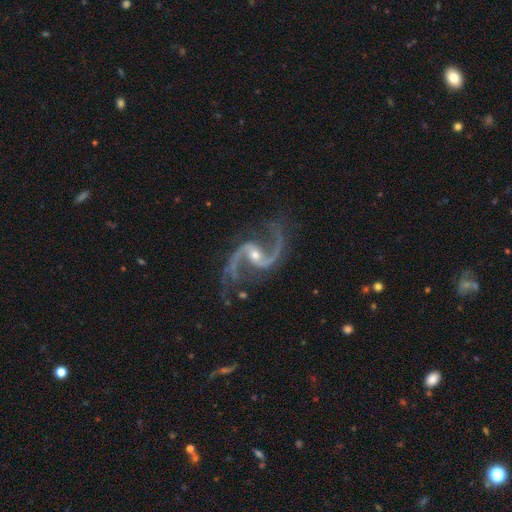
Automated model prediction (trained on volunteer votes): Smooth or featured: featured or disk — 93% (star or artifact — 5%)
Edge-on disk: no — 98% (yes — 2%)
Bar: no — 41% (weak — 37%)
Spiral arms: yes — 99% (no — 1%)
Spiral winding: loose — 59% (medium — 35%)
Spiral arm count: 2 — 93% (3 — 2%)
Bulge size: small — 53% (moderate — 43%)
Merging: none — 73% (minor disturbance — 15%)